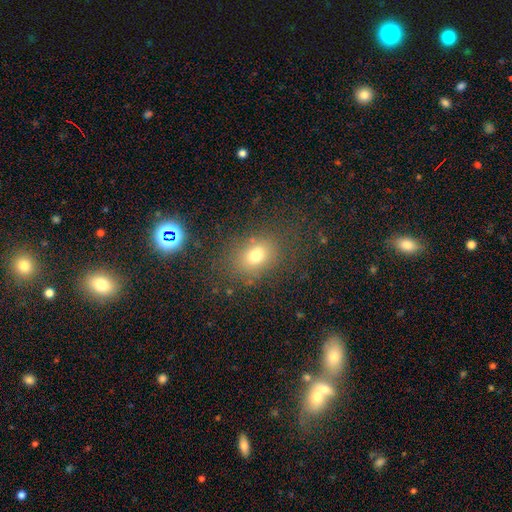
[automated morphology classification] Smooth or featured? smooth (73%)
How rounded? in between (63%)
Merging? none (75%)